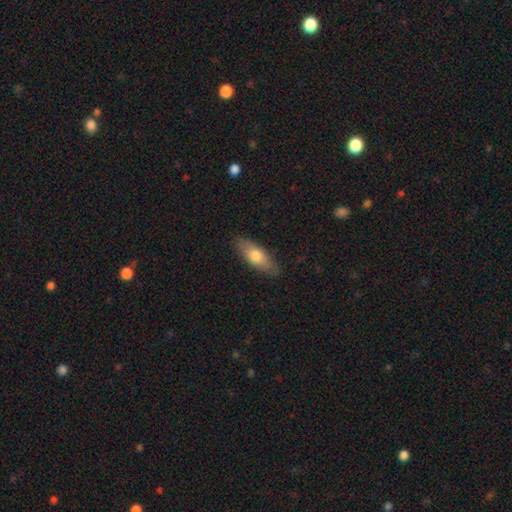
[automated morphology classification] smooth-or-featured: smooth: 69% | featured or disk: 25% | star or artifact: 6%
  how-rounded: in between: 66% | cigar-shaped: 32% | round: 3%
  merging: none: 84% | minor disturbance: 12% | major disturbance: 3% | merger: 1%